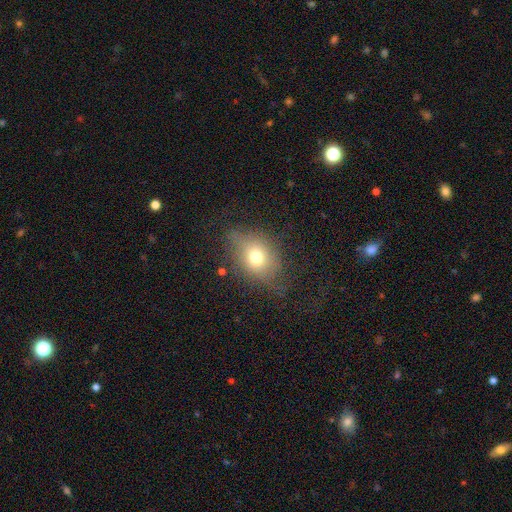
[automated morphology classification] Smooth or featured: smooth — 68% (featured or disk — 19%)
How rounded: in between — 61% (round — 37%)
Merging: none — 60% (minor disturbance — 25%)